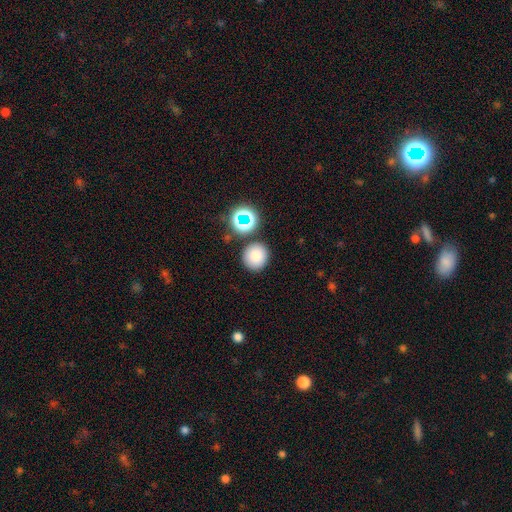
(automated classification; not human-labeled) smooth_or_featured: smooth (p=0.80) [alt: star or artifact p=0.14]
how_rounded: round (p=0.89) [alt: in between p=0.10]
merging: none (p=0.82) [alt: minor disturbance p=0.08]